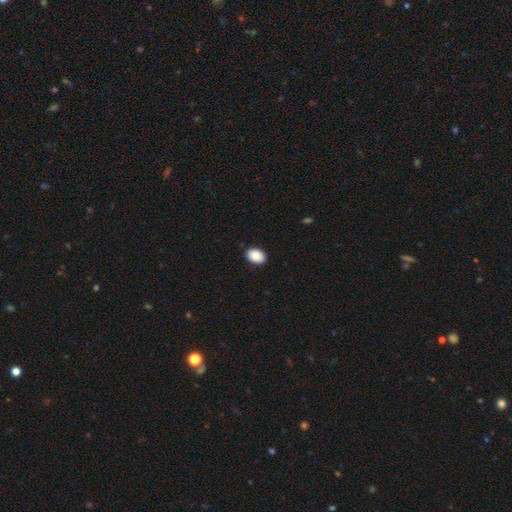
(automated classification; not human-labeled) Smooth or featured?
  - smooth: 88% *
  - star or artifact: 7%
  - featured or disk: 5%
How rounded?
  - in between: 84% *
  - round: 15%
  - cigar-shaped: 1%
Merging?
  - none: 89% *
  - minor disturbance: 8%
  - major disturbance: 2%
  - merger: 1%